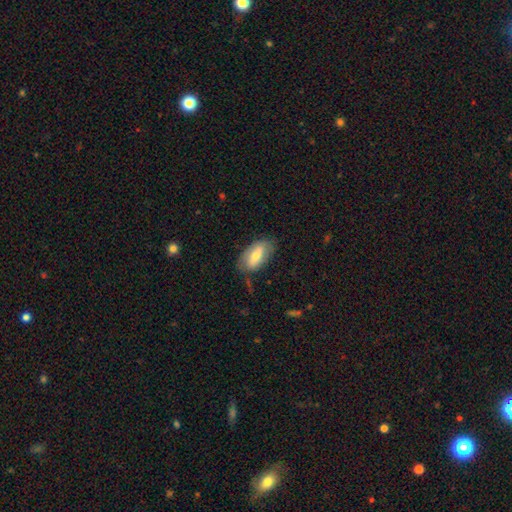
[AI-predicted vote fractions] Smooth or featured?
  - smooth: 61% *
  - featured or disk: 33%
  - star or artifact: 6%
How rounded?
  - in between: 90% *
  - cigar-shaped: 7%
  - round: 3%
Merging?
  - none: 72% *
  - minor disturbance: 20%
  - major disturbance: 6%
  - merger: 2%